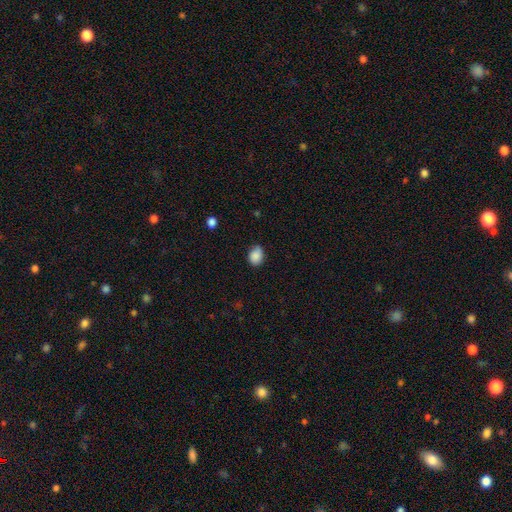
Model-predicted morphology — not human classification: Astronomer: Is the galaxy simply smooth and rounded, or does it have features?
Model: smooth — 87%.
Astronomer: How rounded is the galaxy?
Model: in between — 63%.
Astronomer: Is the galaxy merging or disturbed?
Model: none — 74%.